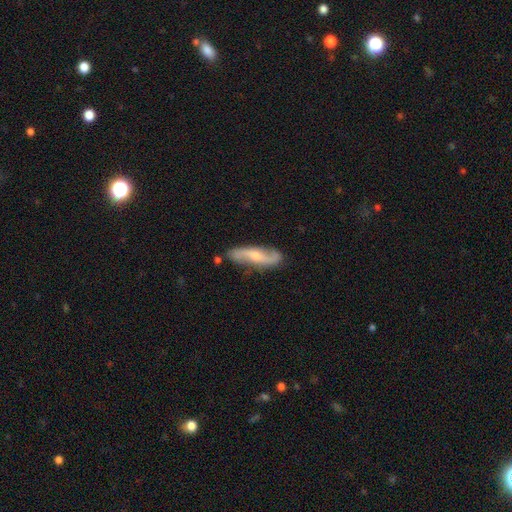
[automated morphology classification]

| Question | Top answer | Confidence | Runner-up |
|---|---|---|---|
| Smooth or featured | featured or disk | 74% | smooth (20%) |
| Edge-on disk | no | 85% | yes (15%) |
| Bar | no | 50% | weak (36%) |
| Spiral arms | yes | 94% | no (6%) |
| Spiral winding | loose | 69% | medium (23%) |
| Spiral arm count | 2 | 91% | can't tell (4%) |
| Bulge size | small | 47% | moderate (45%) |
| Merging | none | 76% | minor disturbance (16%) |